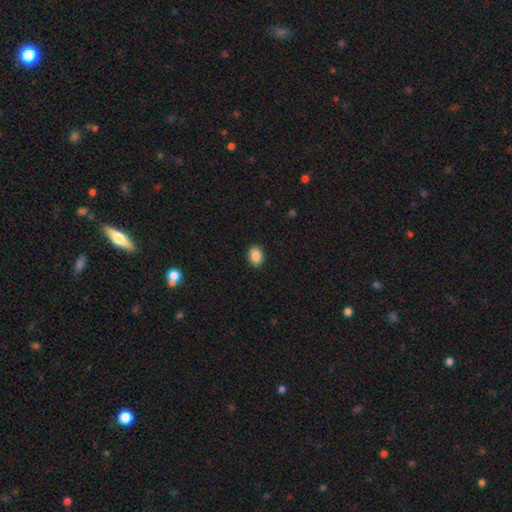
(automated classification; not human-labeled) A smooth galaxy with no disk features (88%) that is in between round and cigar-shaped (70%). Merging: none (90%).